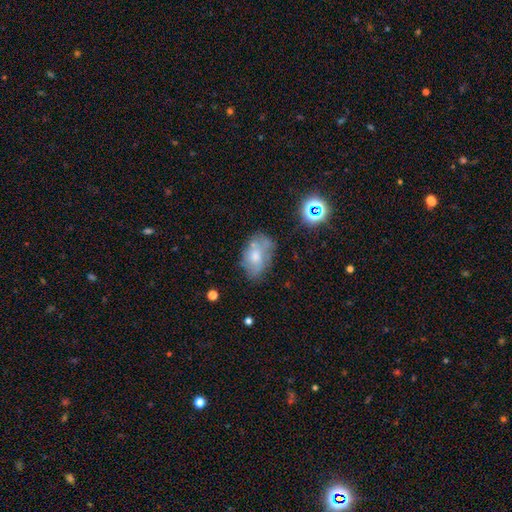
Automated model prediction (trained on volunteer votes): Smooth or featured? smooth (55%)
How rounded? in between (87%)
Merging? none (48%)